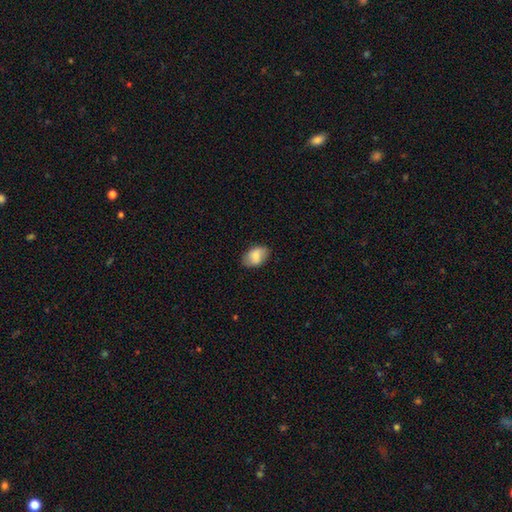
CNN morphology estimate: Smooth or featured: smooth — 77% (featured or disk — 16%)
How rounded: in between — 89% (round — 9%)
Merging: none — 79% (minor disturbance — 16%)